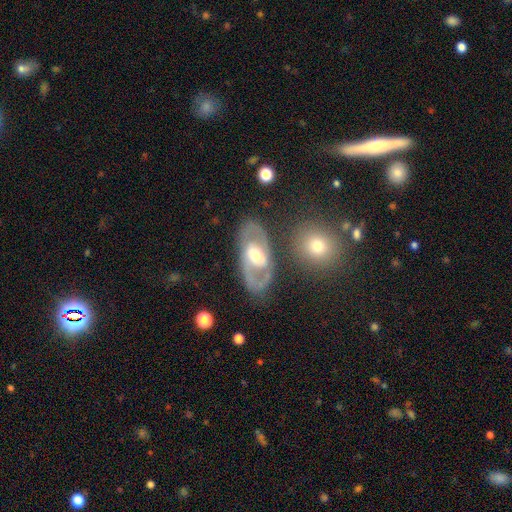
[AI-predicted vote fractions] smooth_or_featured: featured or disk (p=0.75) [alt: smooth p=0.19]
disk_edge_on: no (p=0.92) [alt: yes p=0.08]
bar: no (p=0.48) [alt: weak p=0.34]
has_spiral_arms: yes (p=0.62) [alt: no p=0.38]
bulge_size: moderate (p=0.68) [alt: small p=0.17]
merging: none (p=0.75) [alt: minor disturbance p=0.12]